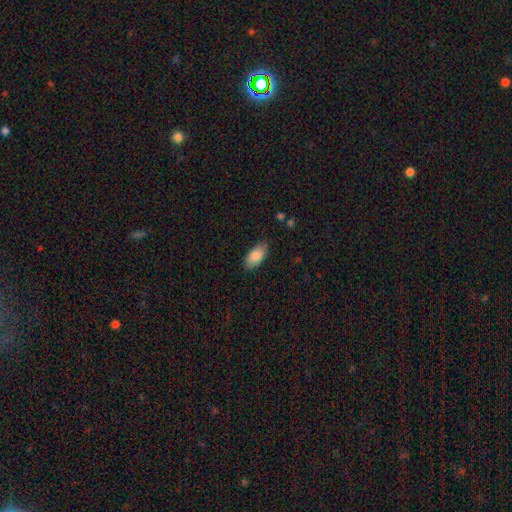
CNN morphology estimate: Overall: smooth (84%). How rounded: in between (91%). Merging: none (84%).